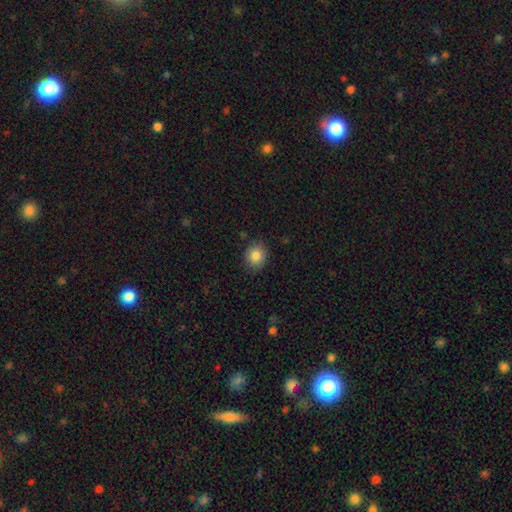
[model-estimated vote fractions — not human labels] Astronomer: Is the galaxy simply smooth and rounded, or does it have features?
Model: smooth — 85%.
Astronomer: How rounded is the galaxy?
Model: round — 73%.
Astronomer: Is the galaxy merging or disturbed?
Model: none — 86%.